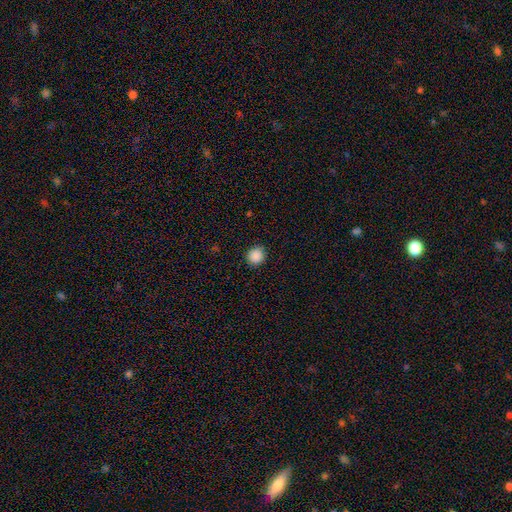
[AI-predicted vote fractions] smooth-or-featured: smooth: 88% | star or artifact: 9% | featured or disk: 3%
  how-rounded: round: 86% | in between: 13% | cigar-shaped: 1%
  merging: none: 90% | minor disturbance: 7% | major disturbance: 2% | merger: 1%